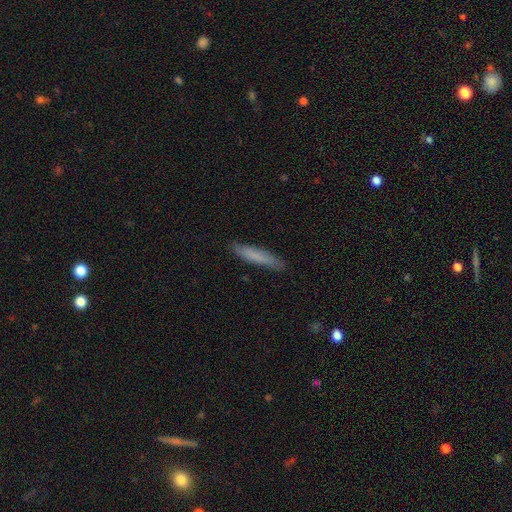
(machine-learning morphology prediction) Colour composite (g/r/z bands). It shows a smooth galaxy with no disk features (75%) that is cigar-shaped (91%). Merging: none (85%).